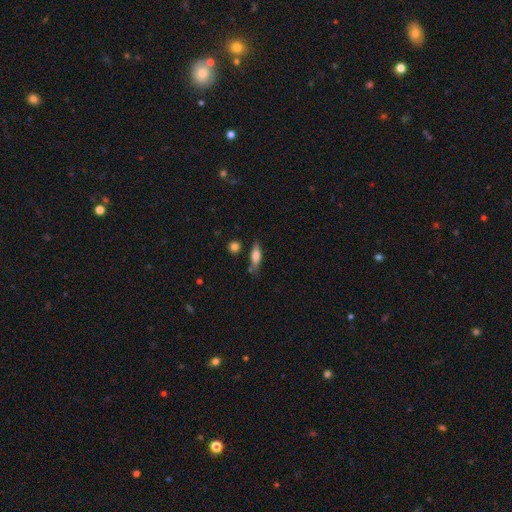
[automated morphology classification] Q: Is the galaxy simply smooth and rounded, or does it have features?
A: smooth — 66%.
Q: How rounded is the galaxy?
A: cigar-shaped — 52%.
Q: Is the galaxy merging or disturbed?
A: none — 69%.